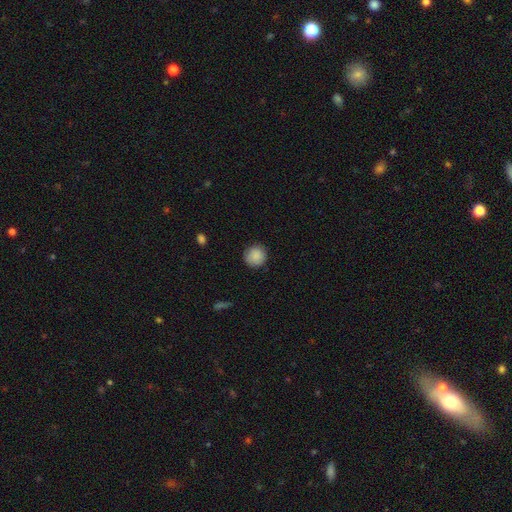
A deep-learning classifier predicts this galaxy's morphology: A smooth galaxy with no disk features (88%) that is round (92%). Merging: none (87%).